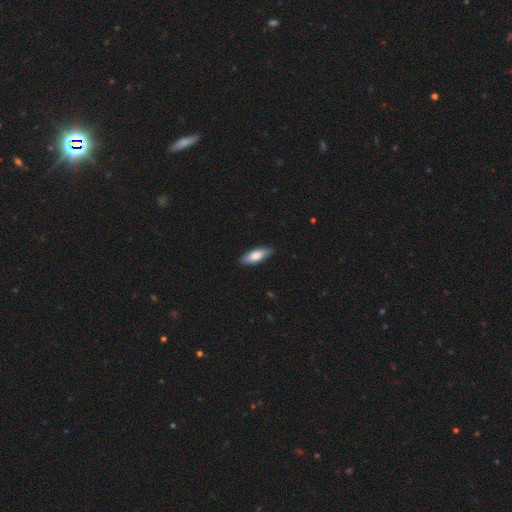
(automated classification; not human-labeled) The model was most divided on "how rounded": in between: 65%, cigar-shaped: 33%, round: 2%. More confident: merging — none (89%); smooth or featured — smooth (78%).